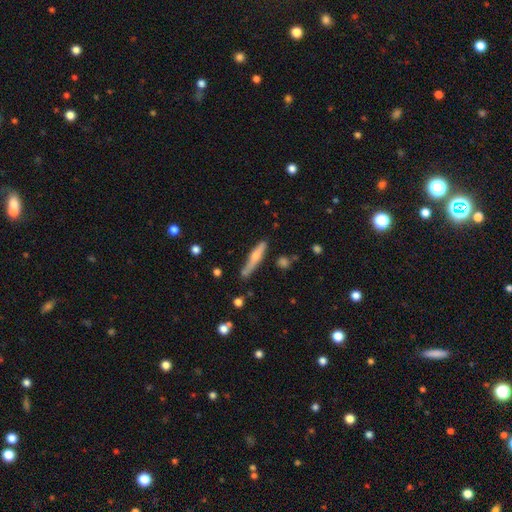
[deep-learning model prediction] featured or disk 52%, smooth 41%, star or artifact 7%. Down the decision tree: edge-on disk — yes (92%); merging — none (74%).